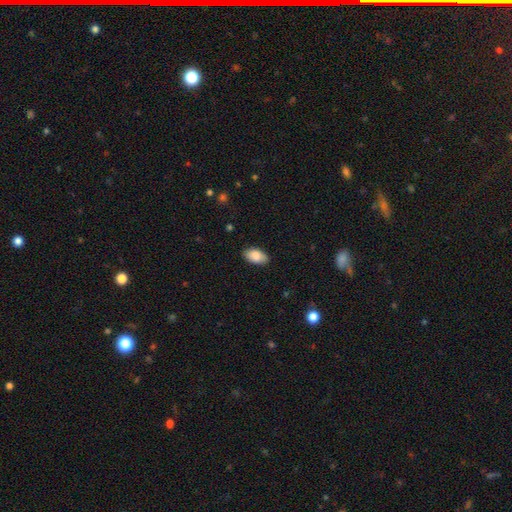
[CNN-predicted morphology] A smooth galaxy with no disk features (87%) that is in between round and cigar-shaped (95%).

Vote fractions:
- Smooth or featured? smooth: 87% / featured or disk: 7% / star or artifact: 6%
- How rounded? in between: 95% / round: 3% / cigar-shaped: 2%
- Merging? none: 86% / minor disturbance: 11% / major disturbance: 2% / merger: 1%